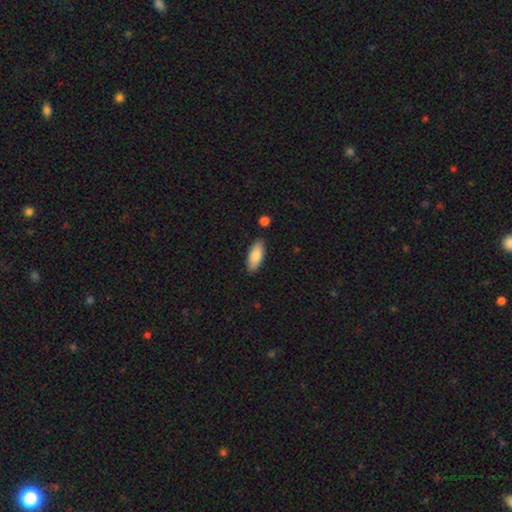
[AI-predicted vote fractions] This is clearly a smooth galaxy (85%). How rounded: clearly in between (81%). Merging: clearly none (85%).